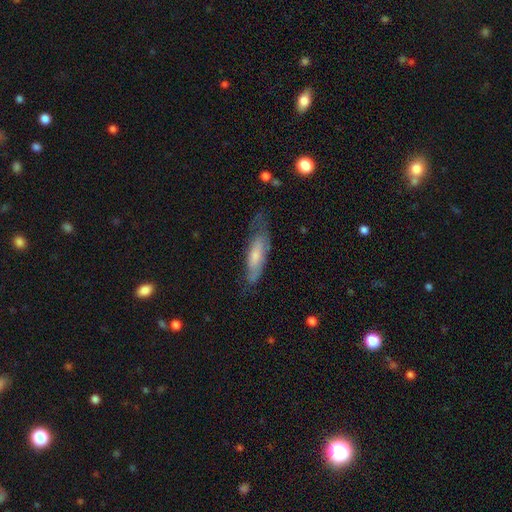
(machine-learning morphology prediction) This appears to be a smooth galaxy with no disk features (53%) that is cigar-shaped (59%). Merging: none (55%).